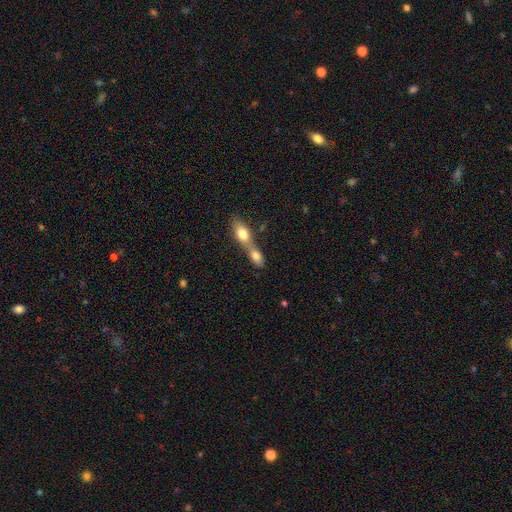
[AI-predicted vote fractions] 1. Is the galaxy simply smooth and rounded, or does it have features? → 76% smooth, 16% featured or disk, 8% star or artifact.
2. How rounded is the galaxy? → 73% in between, 14% round, 13% cigar-shaped.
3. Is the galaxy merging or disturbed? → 76% merger, 16% none, 5% minor disturbance, 3% major disturbance.